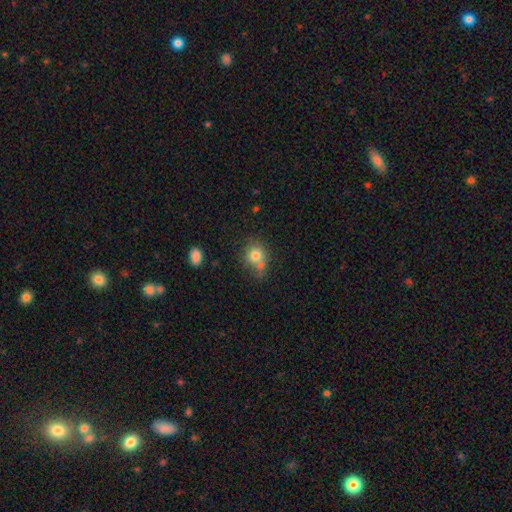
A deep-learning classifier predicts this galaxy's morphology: smooth-or-featured: smooth: 77% | featured or disk: 12% | star or artifact: 11%
  how-rounded: round: 75% | in between: 24% | cigar-shaped: 1%
  merging: none: 51% | merger: 22% | minor disturbance: 19% | major disturbance: 7%